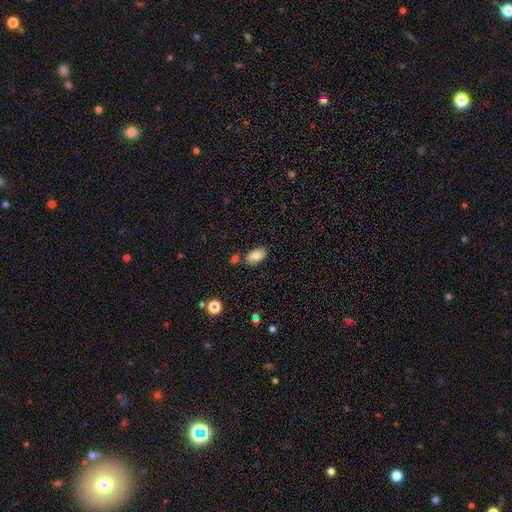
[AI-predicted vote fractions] Smooth or featured: smooth — 84% (featured or disk — 8%)
How rounded: in between — 94% (round — 4%)
Merging: none — 76% (minor disturbance — 13%)